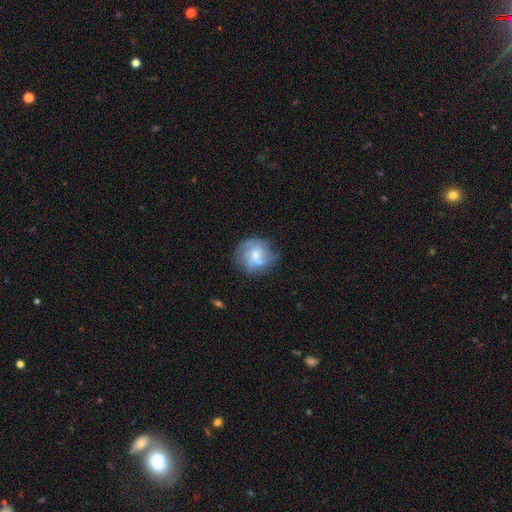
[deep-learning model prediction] smooth_or_featured: featured or disk (p=0.46) [tied with: smooth p=0.46]
merging: none (p=0.60) [alt: minor disturbance p=0.24]